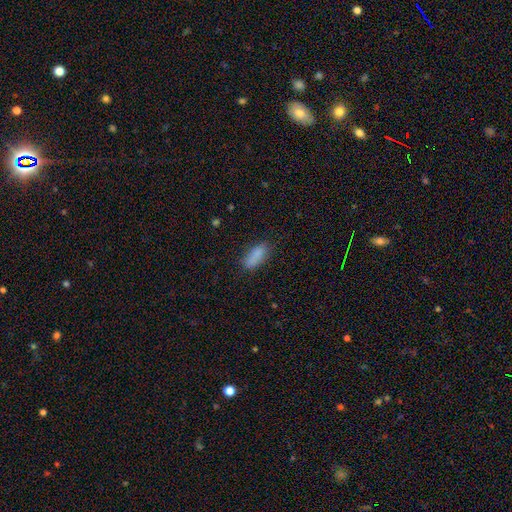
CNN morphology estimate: Overall: smooth (84%). How rounded: in between (78%). Merging: none (71%).